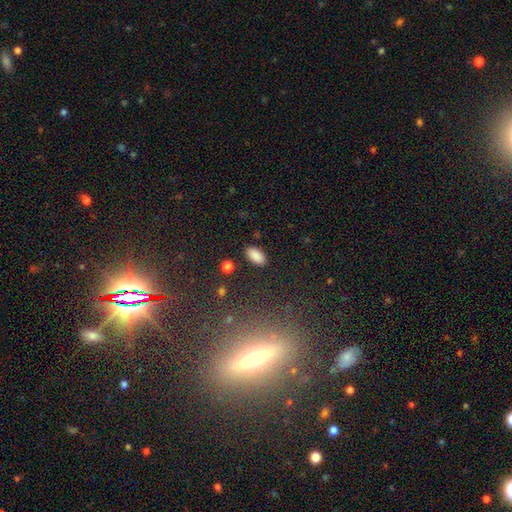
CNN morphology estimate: The model was most divided on "merging": none: 87%, minor disturbance: 9%, major disturbance: 3%, merger: 2%. More confident: how rounded — in between (93%); smooth or featured — smooth (88%).